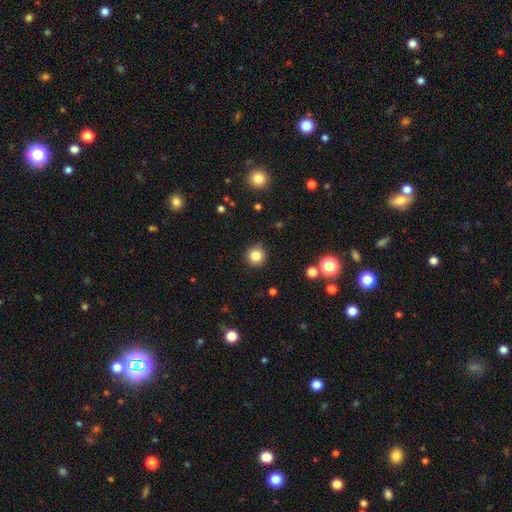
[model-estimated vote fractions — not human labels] Morphology: type=smooth (83%); roundness=round (94%); merging=none (89%).